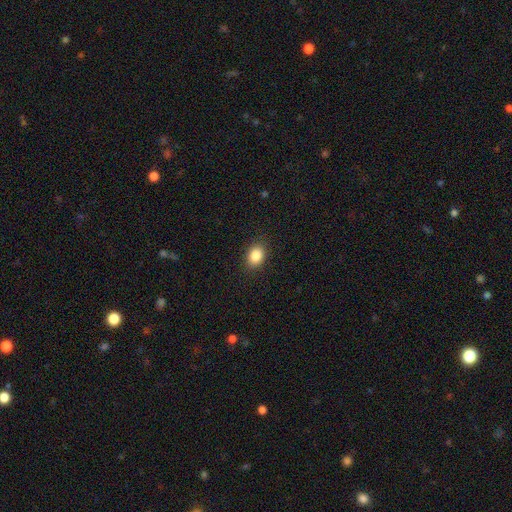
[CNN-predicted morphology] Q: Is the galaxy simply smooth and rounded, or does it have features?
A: smooth — 87%.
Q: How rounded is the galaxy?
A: in between — 66%.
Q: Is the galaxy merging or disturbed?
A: none — 88%.